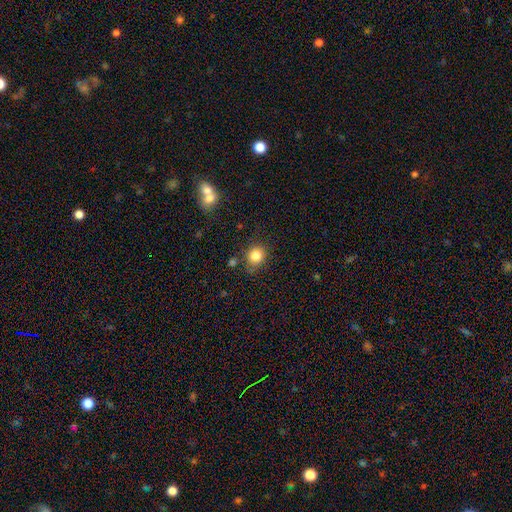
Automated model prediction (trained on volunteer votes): Smooth or featured: smooth — 84% (star or artifact — 11%)
How rounded: round — 75% (in between — 25%)
Merging: none — 75% (minor disturbance — 16%)